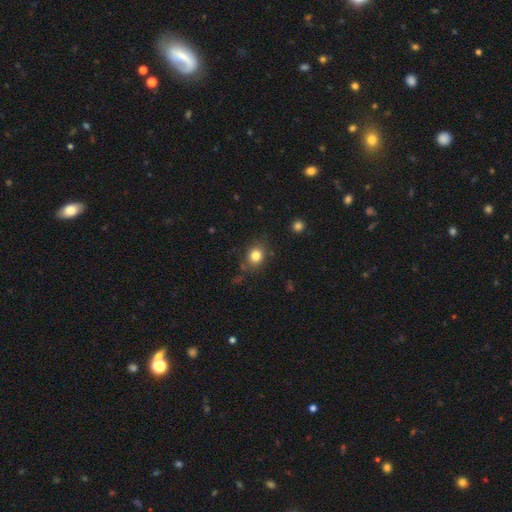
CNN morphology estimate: Smooth or featured?
  - smooth: 82% *
  - star or artifact: 11%
  - featured or disk: 7%
How rounded?
  - round: 62% *
  - in between: 37%
  - cigar-shaped: 1%
Merging?
  - none: 78% *
  - minor disturbance: 15%
  - major disturbance: 5%
  - merger: 3%